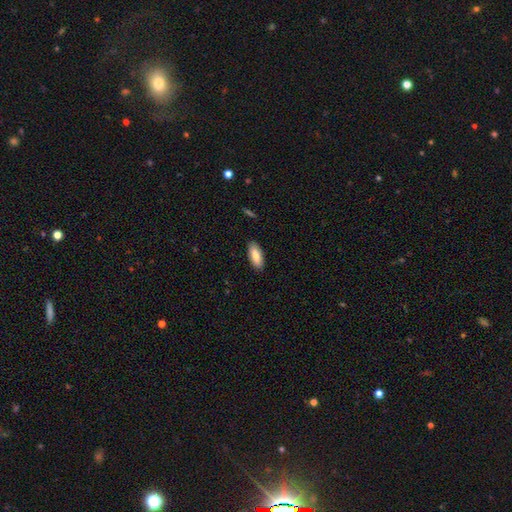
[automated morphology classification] Overall: smooth (83%). How rounded: in between (83%). Merging: none (89%).